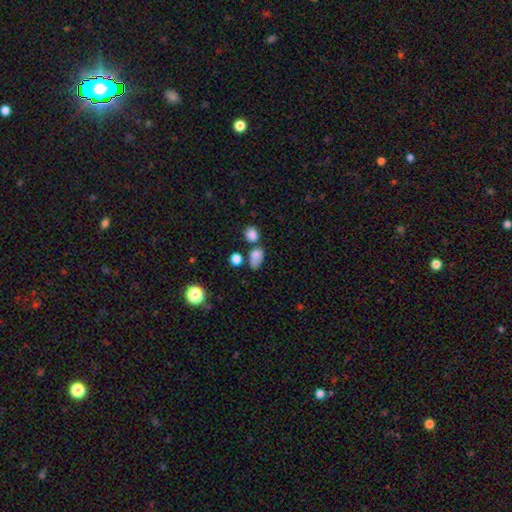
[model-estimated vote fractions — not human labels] A smooth galaxy with no disk features (78%) that is in between round and cigar-shaped (74%).

Vote fractions:
- Smooth or featured? smooth: 78% / star or artifact: 13% / featured or disk: 9%
- How rounded? in between: 74% / round: 23% / cigar-shaped: 2%
- Merging? none: 48% / merger: 23% / minor disturbance: 20% / major disturbance: 9%